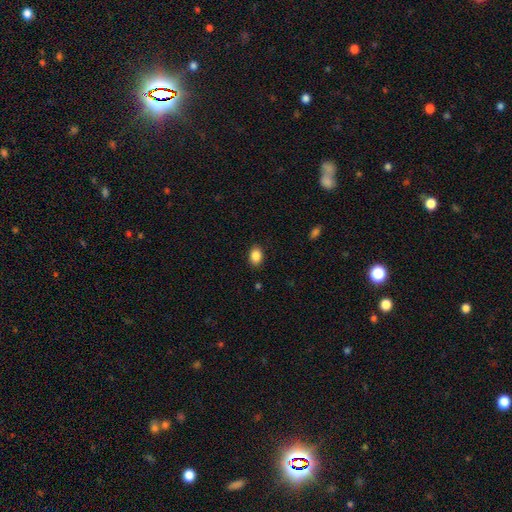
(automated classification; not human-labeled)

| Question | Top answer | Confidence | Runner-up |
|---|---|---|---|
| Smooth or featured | smooth | 87% | star or artifact (9%) |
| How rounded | in between | 78% | round (21%) |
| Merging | none | 88% | minor disturbance (9%) |